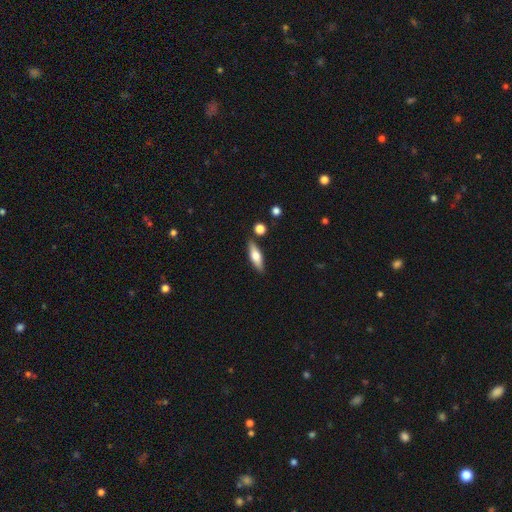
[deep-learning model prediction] A smooth galaxy with no disk features (53%) that is cigar-shaped (51%).

Vote fractions:
- Smooth or featured? smooth: 53% / featured or disk: 40% / star or artifact: 7%
- How rounded? cigar-shaped: 51% / in between: 46% / round: 3%
- Merging? none: 83% / minor disturbance: 10% / merger: 4% / major disturbance: 2%